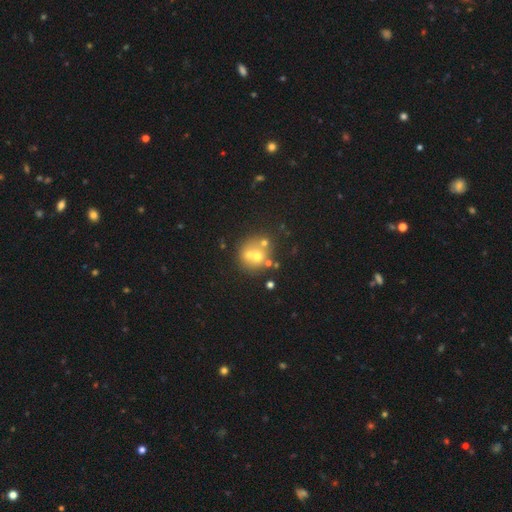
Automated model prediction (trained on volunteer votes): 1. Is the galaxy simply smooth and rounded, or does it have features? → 53% smooth, 32% featured or disk, 16% star or artifact.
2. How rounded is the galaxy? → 84% round, 15% in between, 1% cigar-shaped.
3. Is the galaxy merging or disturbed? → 45% merger, 42% none, 8% minor disturbance, 5% major disturbance.